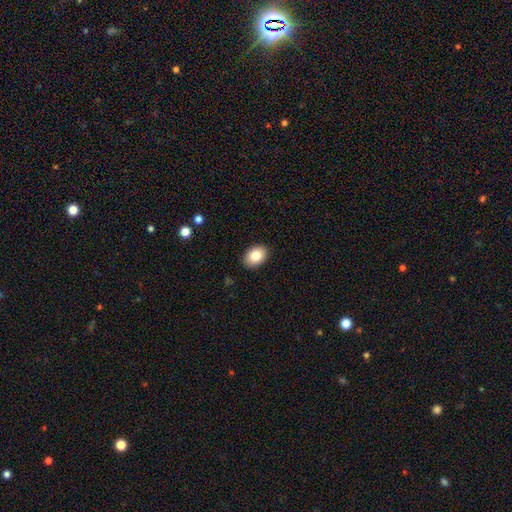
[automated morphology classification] type=smooth (84%); roundness=in between (78%); merging=none (89%).